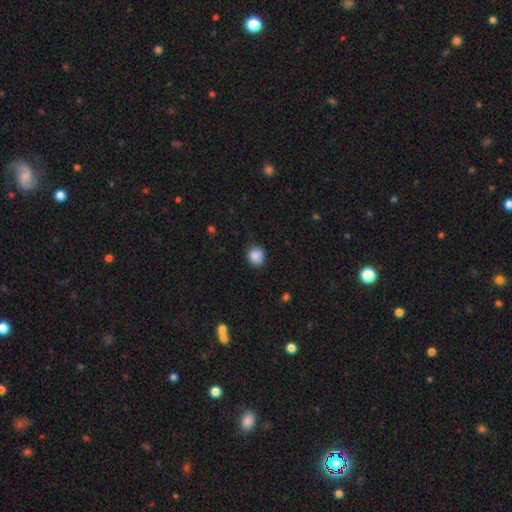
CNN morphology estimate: Smooth or featured? smooth (86%)
How rounded? round (80%)
Merging? none (72%)